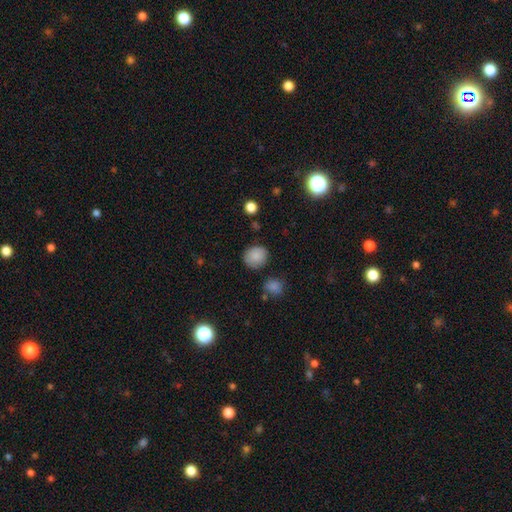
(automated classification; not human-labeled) Smooth or featured? Predicted: smooth (p=0.85). How rounded? Predicted: round (p=0.80). Merging? Predicted: none (p=0.81).